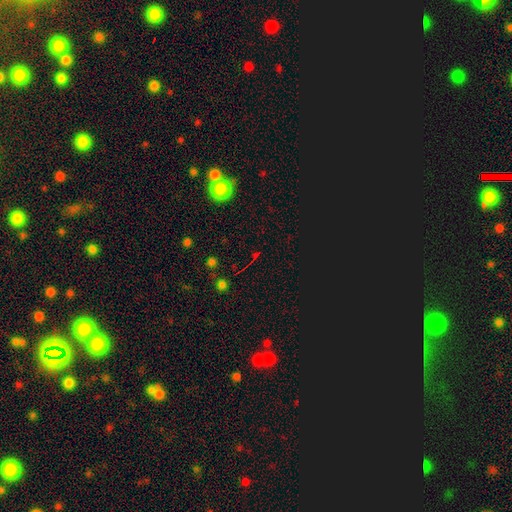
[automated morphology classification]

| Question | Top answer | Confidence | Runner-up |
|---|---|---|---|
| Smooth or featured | star or artifact | 68% | smooth (22%) |